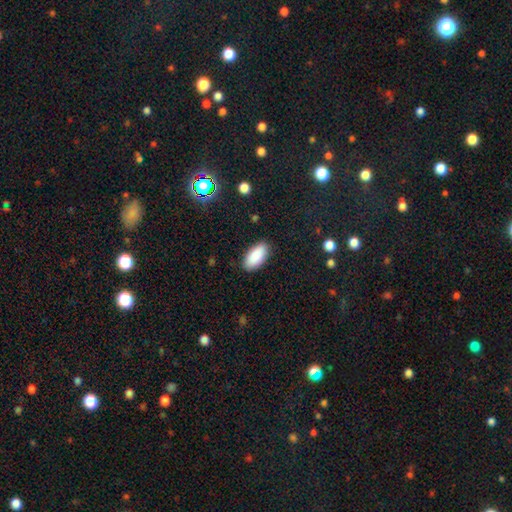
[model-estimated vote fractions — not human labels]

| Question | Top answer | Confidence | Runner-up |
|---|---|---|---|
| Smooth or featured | smooth | 89% | star or artifact (7%) |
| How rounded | in between | 93% | cigar-shaped (5%) |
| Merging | none | 88% | minor disturbance (9%) |